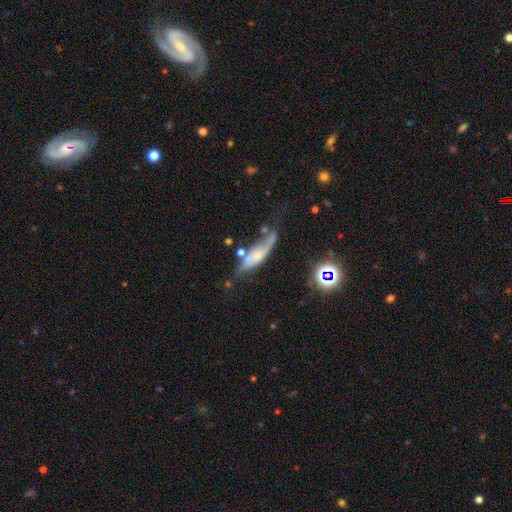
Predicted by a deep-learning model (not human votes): smooth_or_featured: featured or disk (p=0.46) [alt: smooth p=0.41]
merging: none (p=0.39) [alt: minor disturbance p=0.29]